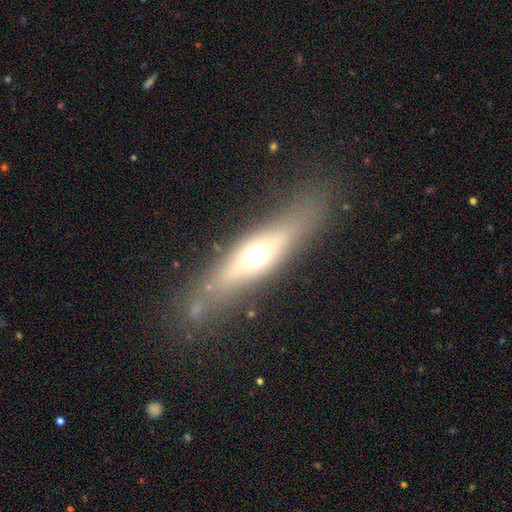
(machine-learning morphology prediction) Q: Smooth or featured?
A: featured or disk (47%); runner-up: smooth (44%)
Q: Merging?
A: none (77%); runner-up: minor disturbance (14%)